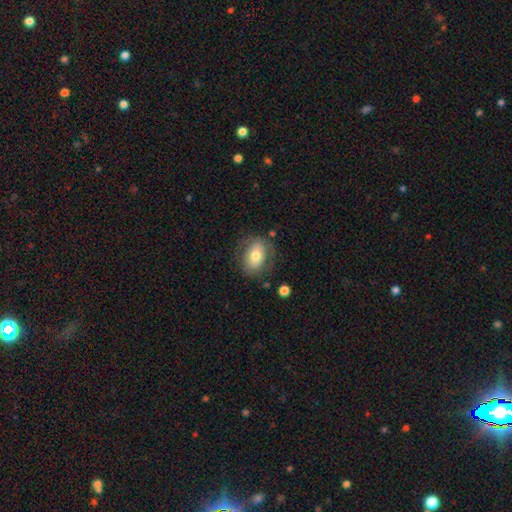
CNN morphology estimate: Smooth or featured?
  - smooth: 65% *
  - featured or disk: 27%
  - star or artifact: 8%
How rounded?
  - in between: 71% *
  - round: 27%
  - cigar-shaped: 1%
Merging?
  - none: 71% *
  - minor disturbance: 18%
  - major disturbance: 8%
  - merger: 2%